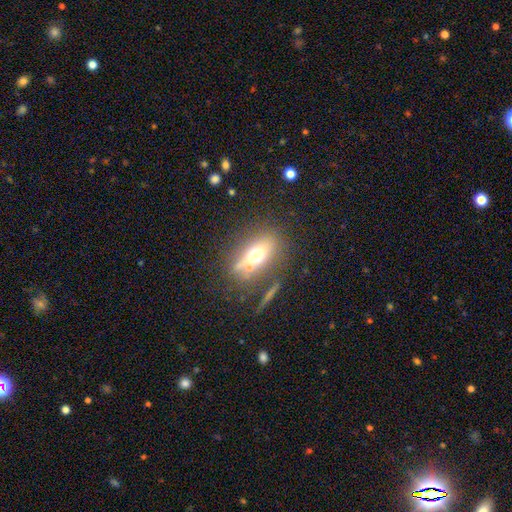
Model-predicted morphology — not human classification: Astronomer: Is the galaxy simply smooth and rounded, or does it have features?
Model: smooth — 55% (runner-up: featured or disk, 32%).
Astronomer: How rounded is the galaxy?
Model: in between — 67%.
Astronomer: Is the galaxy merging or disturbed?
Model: none — 66%.